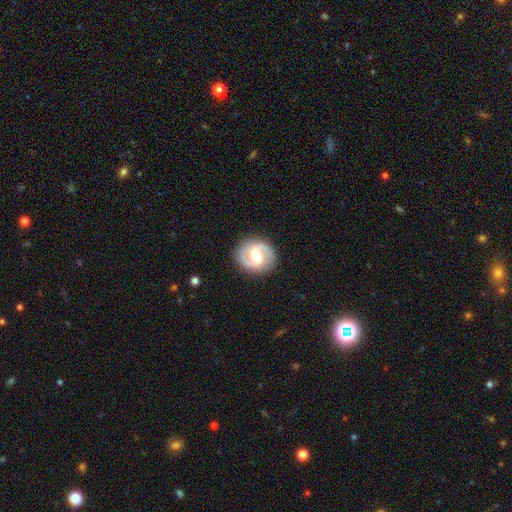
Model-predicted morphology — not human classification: This is clearly a featured or disk galaxy (85%). It is clearly not viewed edge-on (98%). Bar: possibly weak (52%). Spiral arm pattern: clearly yes (95%). Spiral arm count: clearly 2 (93%). Spiral winding: possibly medium (53%). Central bulge: likely moderate (66%). Merging: clearly none (88%).